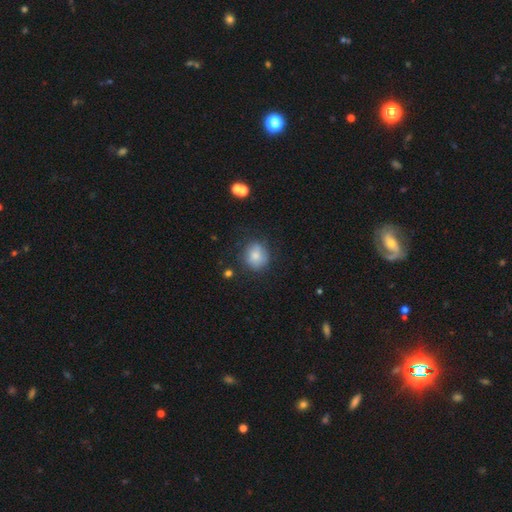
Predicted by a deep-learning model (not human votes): Morphology: type=smooth (79%); roundness=round (80%); merging=none (72%).